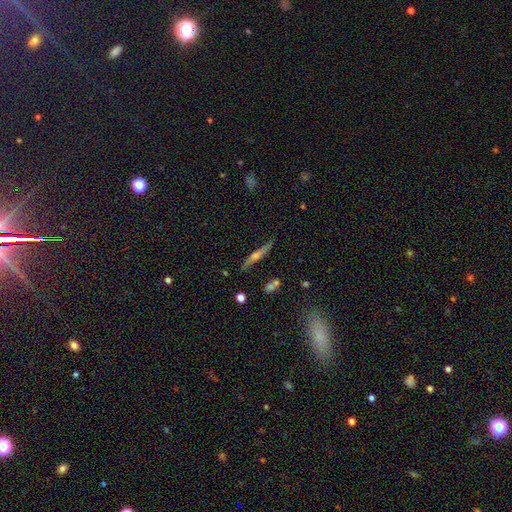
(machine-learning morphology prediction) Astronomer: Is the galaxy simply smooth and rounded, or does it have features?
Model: featured or disk — 61%.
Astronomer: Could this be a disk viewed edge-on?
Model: yes — 91%.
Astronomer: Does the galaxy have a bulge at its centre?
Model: rounded — 74%.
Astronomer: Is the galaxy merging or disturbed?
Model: none — 77%.